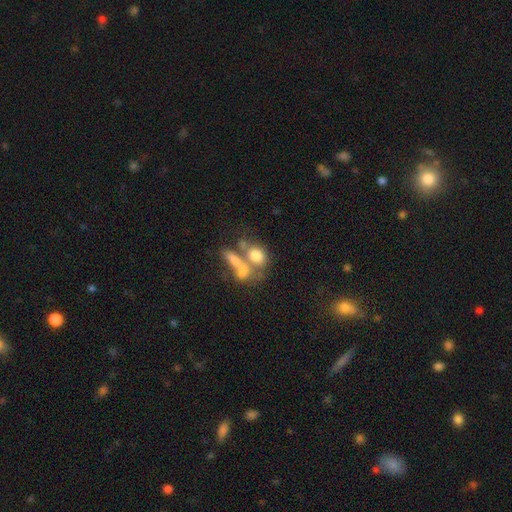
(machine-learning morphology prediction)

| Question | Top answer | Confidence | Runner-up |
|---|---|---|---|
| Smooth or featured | smooth | 67% | featured or disk (21%) |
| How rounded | in between | 56% | round (37%) |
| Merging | merger | 53% | none (28%) |